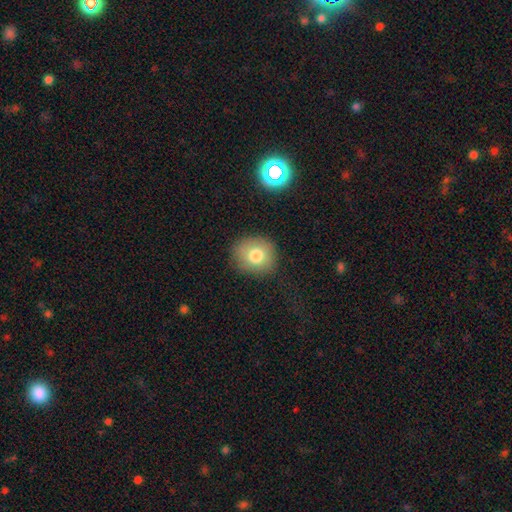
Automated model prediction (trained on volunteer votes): Smooth or featured?
  - smooth: 79% *
  - featured or disk: 12%
  - star or artifact: 9%
How rounded?
  - round: 81% *
  - in between: 18%
  - cigar-shaped: 1%
Merging?
  - none: 83% *
  - minor disturbance: 11%
  - major disturbance: 4%
  - merger: 1%